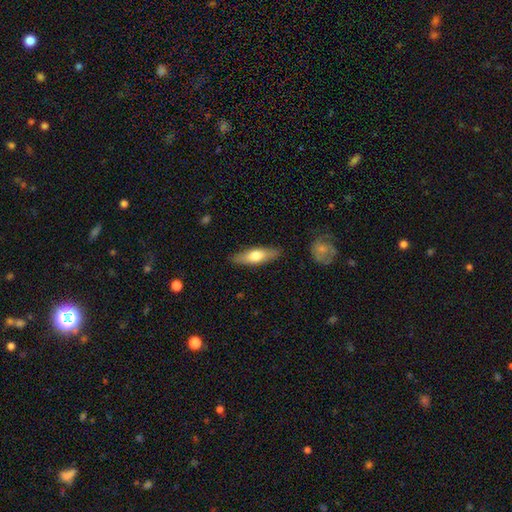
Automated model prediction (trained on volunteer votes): Q: Smooth or featured?
A: smooth (59%); runner-up: featured or disk (35%)
Q: How rounded?
A: cigar-shaped (55%); runner-up: in between (42%)
Q: Merging?
A: none (87%); runner-up: minor disturbance (9%)